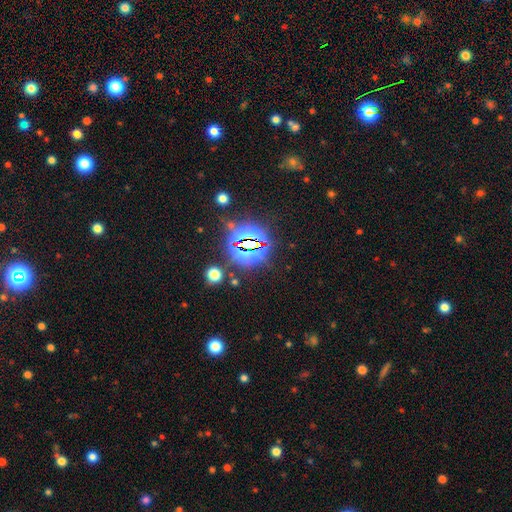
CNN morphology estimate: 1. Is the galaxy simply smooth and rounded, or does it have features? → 81% star or artifact, 12% smooth, 8% featured or disk.